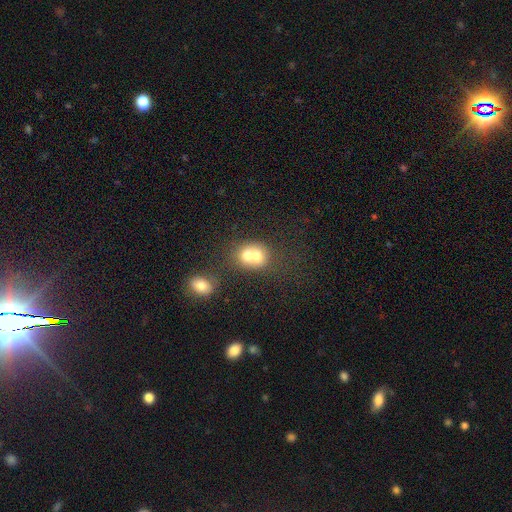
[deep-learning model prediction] A smooth galaxy with no disk features (67%) that is round (67%).

Vote fractions:
- Smooth or featured? smooth: 67% / featured or disk: 22% / star or artifact: 11%
- How rounded? round: 67% / in between: 32% / cigar-shaped: 1%
- Merging? merger: 68% / none: 24% / minor disturbance: 6% / major disturbance: 3%